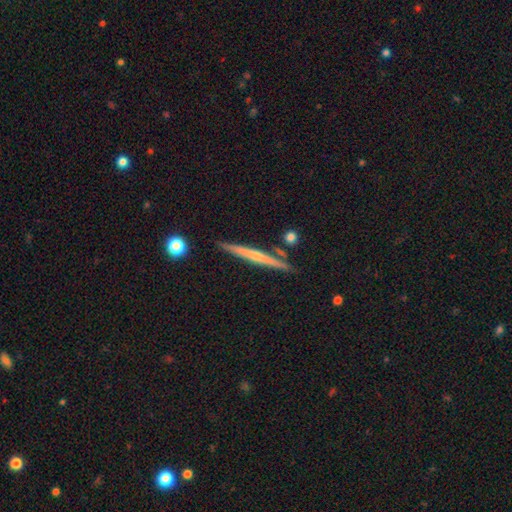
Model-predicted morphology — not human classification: smooth-or-featured: featured or disk: 57% | smooth: 37% | star or artifact: 6%
  disk-edge-on: yes: 97% | no: 3%
    edge-on-bulge: none: 70% | rounded: 25% | boxy: 5%
  merging: none: 87% | minor disturbance: 8% | merger: 4% | major disturbance: 2%